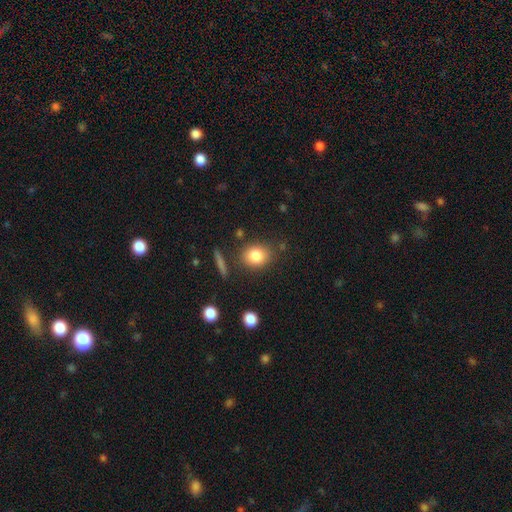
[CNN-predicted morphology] Smooth or featured: smooth — 83% (star or artifact — 9%)
How rounded: round — 54% (in between — 44%)
Merging: none — 80% (minor disturbance — 12%)